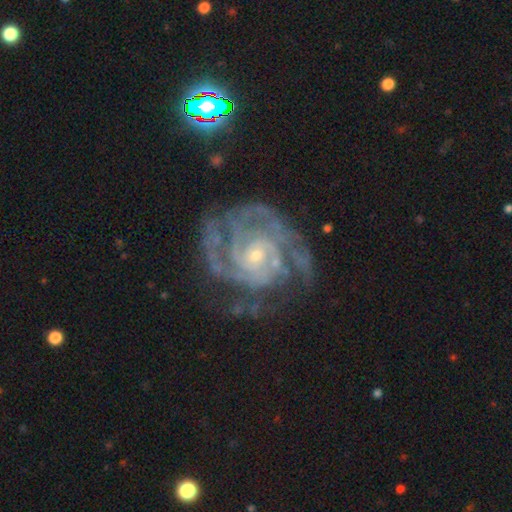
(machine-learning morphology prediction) The model was most divided on "spiral arm count": 3: 26%, 2: 25%, can't tell: 21%, 4: 13%, more than 4: 8%, 1: 7%. More confident: edge-on disk — no (98%); spiral arms — yes (97%); smooth or featured — featured or disk (91%); bulge size — small (73%); bar — no (70%); spiral winding — tight (67%); merging — none (62%).